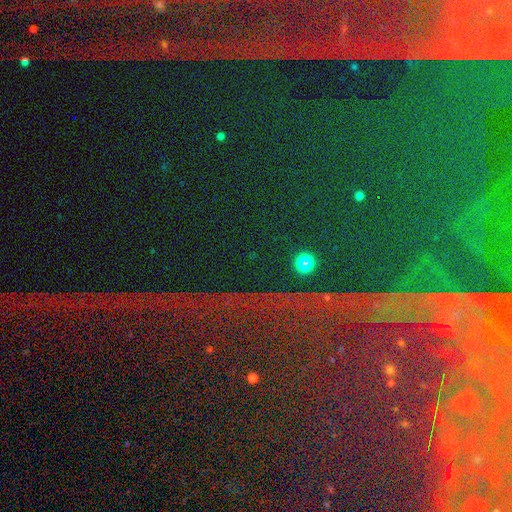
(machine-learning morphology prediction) Smooth or featured? star or artifact (83%)